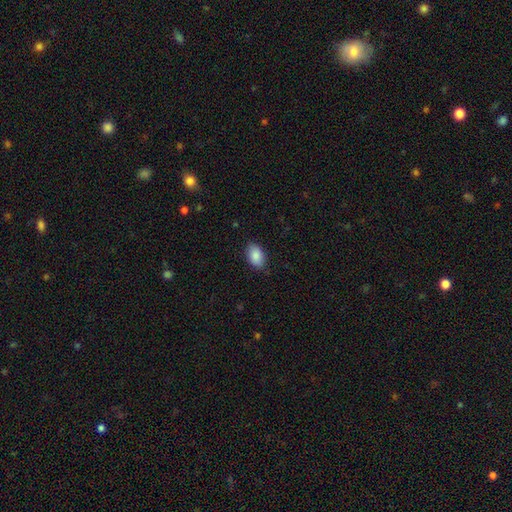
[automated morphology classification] smooth-or-featured: smooth: 89% | star or artifact: 6% | featured or disk: 5%
  how-rounded: in between: 92% | round: 7% | cigar-shaped: 1%
  merging: none: 85% | minor disturbance: 11% | major disturbance: 2% | merger: 1%